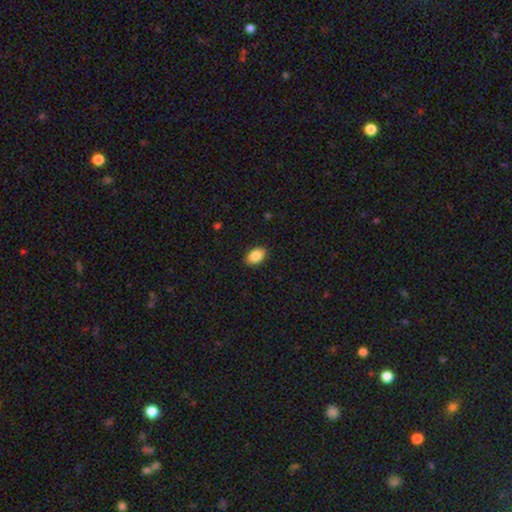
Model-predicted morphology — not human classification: A smooth galaxy with no disk features (87%) that is in between round and cigar-shaped (91%).

Vote fractions:
- Smooth or featured? smooth: 87% / star or artifact: 7% / featured or disk: 6%
- How rounded? in between: 91% / round: 8% / cigar-shaped: 1%
- Merging? none: 89% / minor disturbance: 9% / major disturbance: 2% / merger: 1%